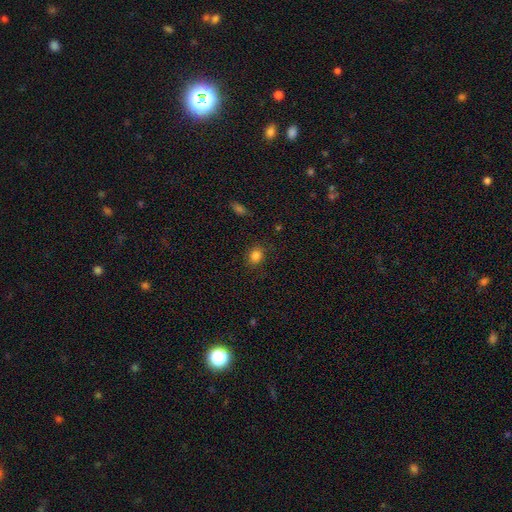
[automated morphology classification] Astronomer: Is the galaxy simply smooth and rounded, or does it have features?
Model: smooth — 83%.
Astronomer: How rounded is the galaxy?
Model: round — 63%.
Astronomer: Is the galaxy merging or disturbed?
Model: none — 85%.